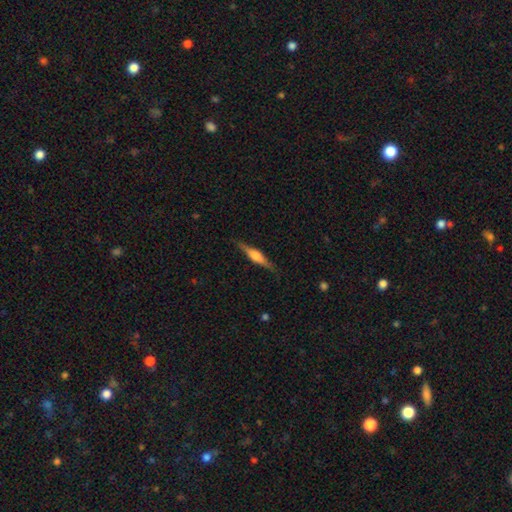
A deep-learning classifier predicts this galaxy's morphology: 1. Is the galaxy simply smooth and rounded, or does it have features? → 73% featured or disk, 21% smooth, 6% star or artifact.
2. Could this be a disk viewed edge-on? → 97% yes, 3% no.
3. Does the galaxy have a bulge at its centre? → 86% rounded, 11% boxy, 3% none.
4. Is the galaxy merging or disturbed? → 88% none, 9% minor disturbance, 2% major disturbance, 1% merger.